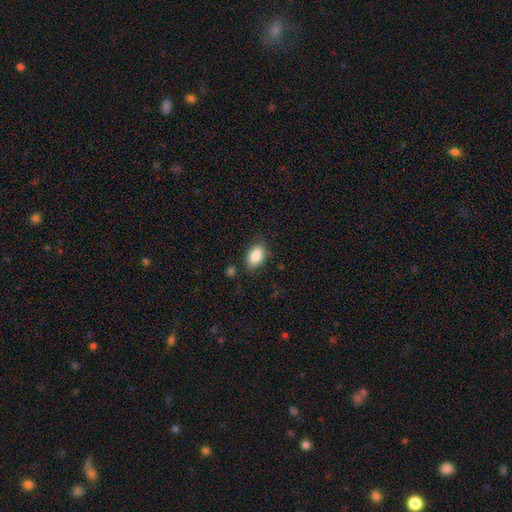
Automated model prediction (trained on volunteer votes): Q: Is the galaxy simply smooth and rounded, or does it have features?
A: smooth — 87%.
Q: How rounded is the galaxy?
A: in between — 89%.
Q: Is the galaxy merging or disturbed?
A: none — 83%.